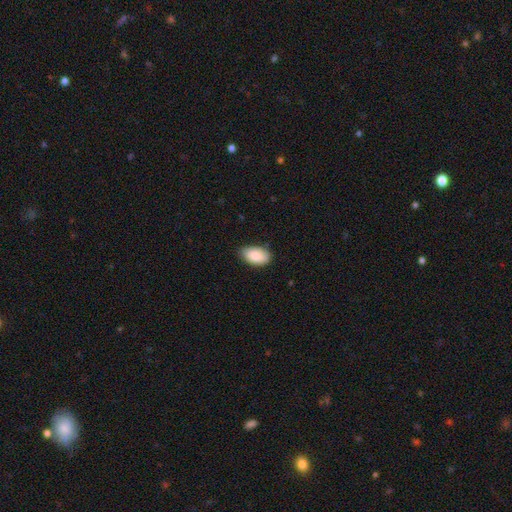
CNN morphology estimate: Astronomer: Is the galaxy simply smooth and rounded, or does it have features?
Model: smooth — 87%.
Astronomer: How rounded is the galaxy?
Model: in between — 94%.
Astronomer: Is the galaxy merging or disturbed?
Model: none — 75%.